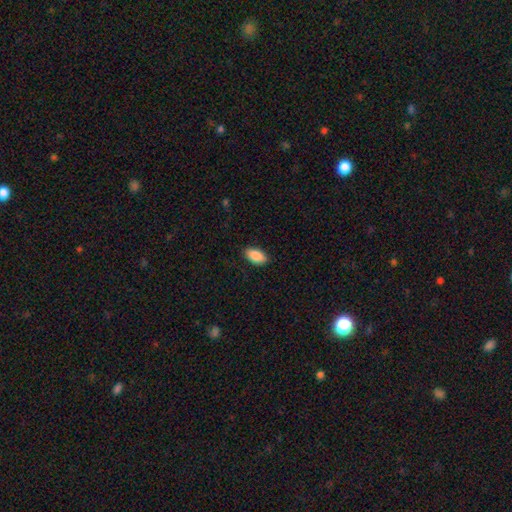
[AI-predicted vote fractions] The model was most divided on "merging": none: 88%, minor disturbance: 9%, major disturbance: 2%, merger: 1%. More confident: how rounded — in between (94%); smooth or featured — smooth (89%).